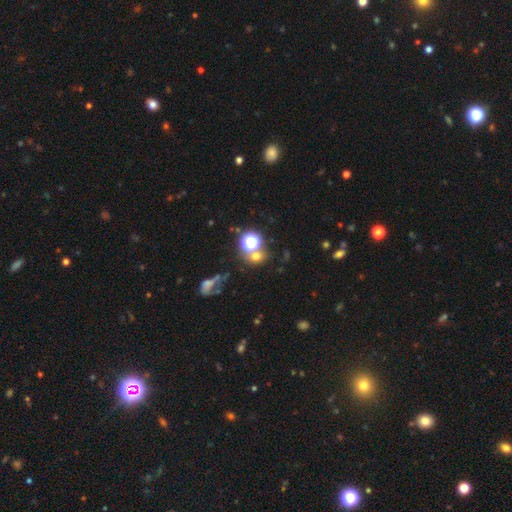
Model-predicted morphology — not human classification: Smooth or featured? smooth (57%)
How rounded? round (75%)
Merging? none (59%)